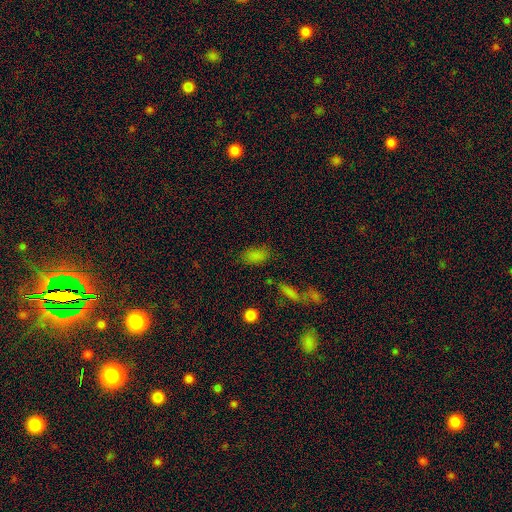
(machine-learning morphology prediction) type=smooth (79%); roundness=in between (89%); merging=none (72%).